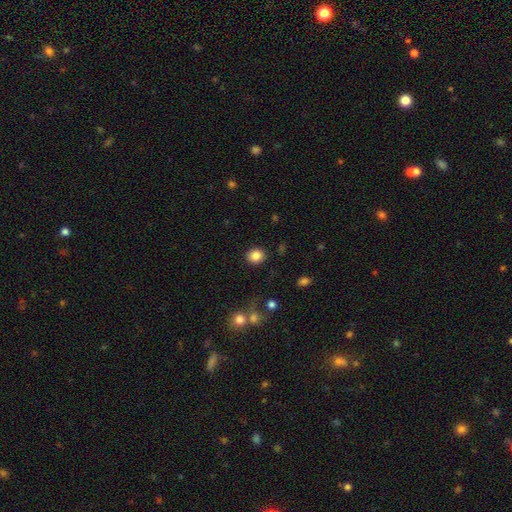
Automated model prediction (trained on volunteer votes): smooth_or_featured: smooth (p=0.84) [alt: star or artifact p=0.10]
how_rounded: round (p=0.71) [alt: in between p=0.28]
merging: none (p=0.88) [alt: minor disturbance p=0.07]